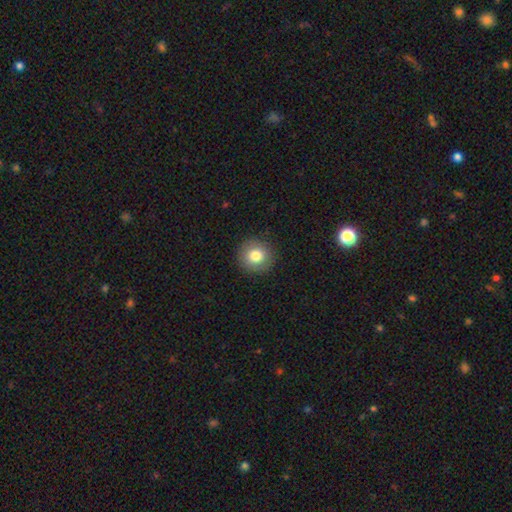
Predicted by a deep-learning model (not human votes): Q: Smooth or featured?
A: smooth (80%); runner-up: featured or disk (11%)
Q: How rounded?
A: round (93%); runner-up: in between (6%)
Q: Merging?
A: none (91%); runner-up: minor disturbance (6%)